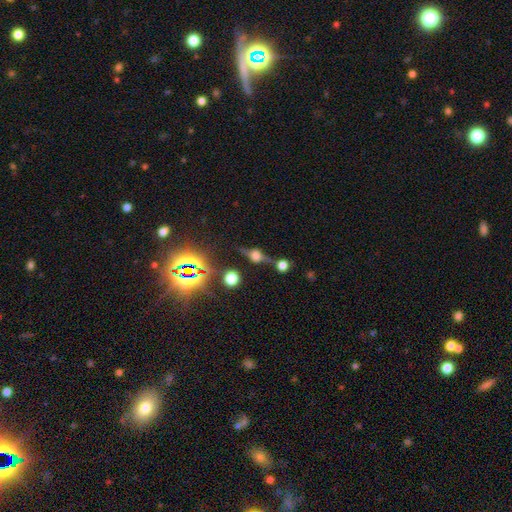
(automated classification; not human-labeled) smooth_or_featured: featured or disk (p=0.56) [alt: star or artifact p=0.22]
disk_edge_on: yes (p=0.84) [alt: no p=0.16]
merging: none (p=0.62) [alt: minor disturbance p=0.15]